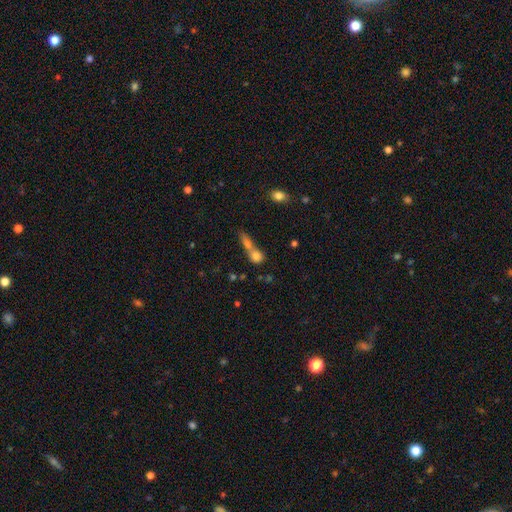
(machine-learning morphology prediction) Smooth or featured: smooth — 75% (featured or disk — 14%)
How rounded: round — 48% (in between — 38%)
Merging: merger — 62% (none — 26%)